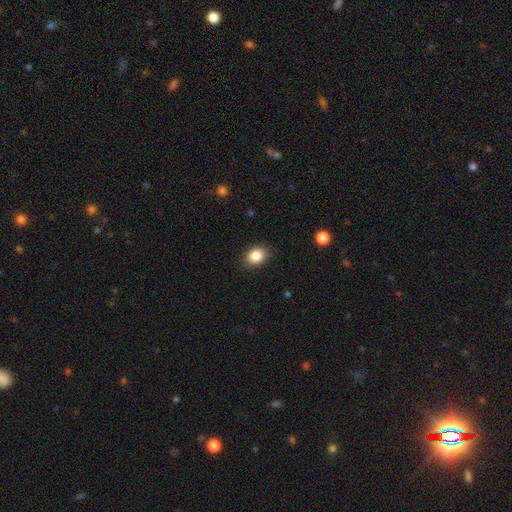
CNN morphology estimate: smooth_or_featured: smooth (p=0.86) [alt: star or artifact p=0.09]
how_rounded: in between (p=0.59) [alt: round p=0.40]
merging: none (p=0.88) [alt: minor disturbance p=0.09]